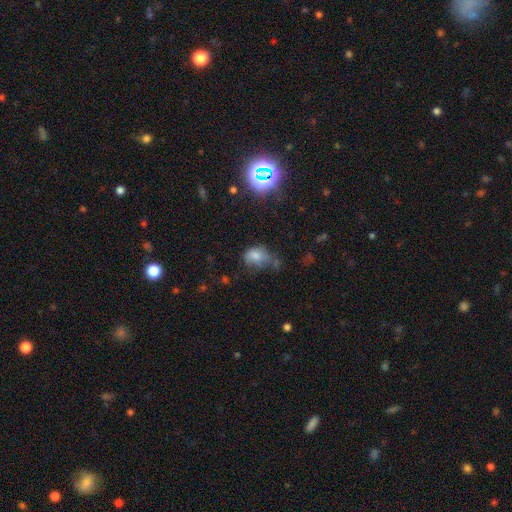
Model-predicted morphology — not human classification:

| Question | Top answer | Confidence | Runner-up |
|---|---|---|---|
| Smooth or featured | smooth | 69% | star or artifact (17%) |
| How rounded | in between | 71% | round (28%) |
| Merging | none | 38% | minor disturbance (31%) |